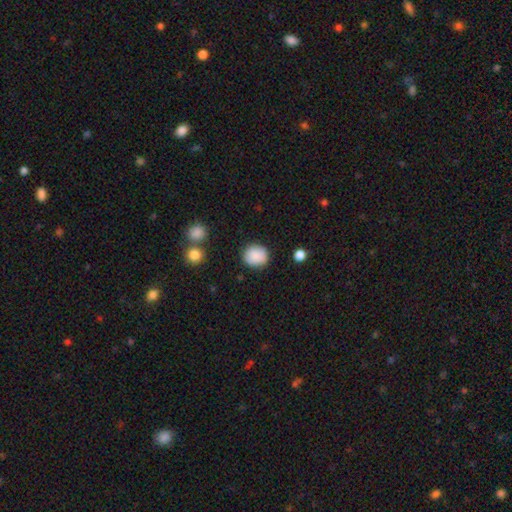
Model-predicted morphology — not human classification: A smooth galaxy with no disk features (89%) that is round (83%). Merging: none (87%).